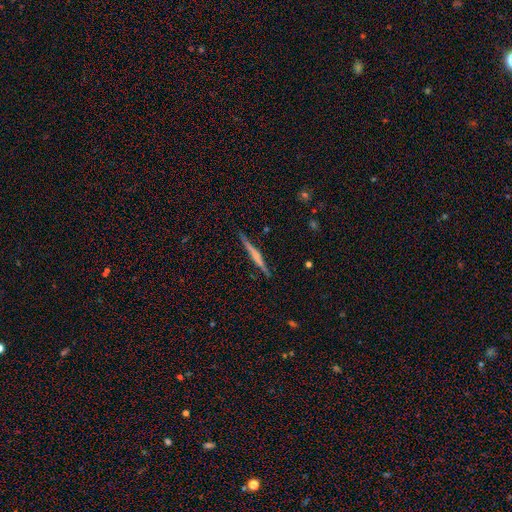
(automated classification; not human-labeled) smooth_or_featured: featured or disk (p=0.62) [alt: smooth p=0.32]
disk_edge_on: yes (p=0.98) [alt: no p=0.02]
edge_on_bulge: none (p=0.46) [alt: rounded p=0.39]
merging: none (p=0.88) [alt: minor disturbance p=0.09]